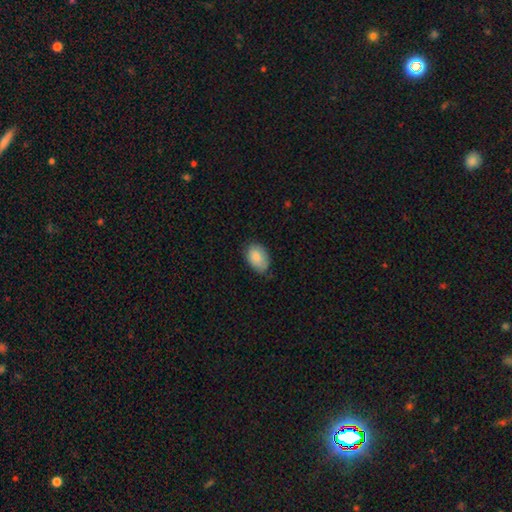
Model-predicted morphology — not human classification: Smooth or featured? Predicted: smooth (p=0.84). How rounded? Predicted: in between (p=0.89). Merging? Predicted: none (p=0.70).